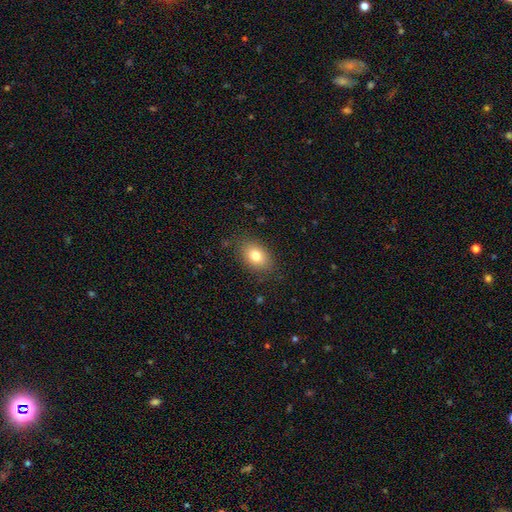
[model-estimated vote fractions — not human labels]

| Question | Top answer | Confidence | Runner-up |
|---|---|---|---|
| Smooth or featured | smooth | 80% | featured or disk (11%) |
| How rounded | in between | 79% | round (19%) |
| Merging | none | 84% | minor disturbance (12%) |